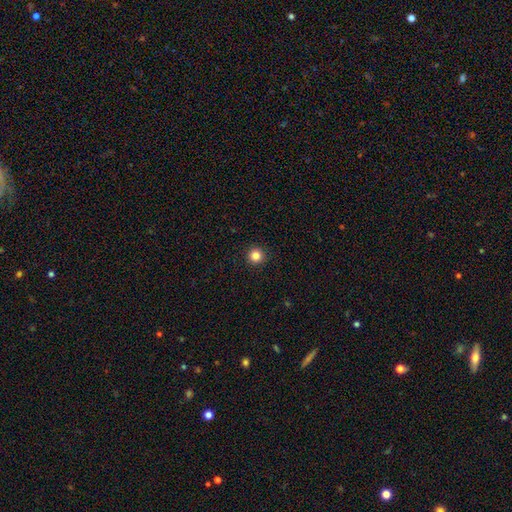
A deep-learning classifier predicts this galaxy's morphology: type=smooth (84%); roundness=round (96%); merging=none (94%).